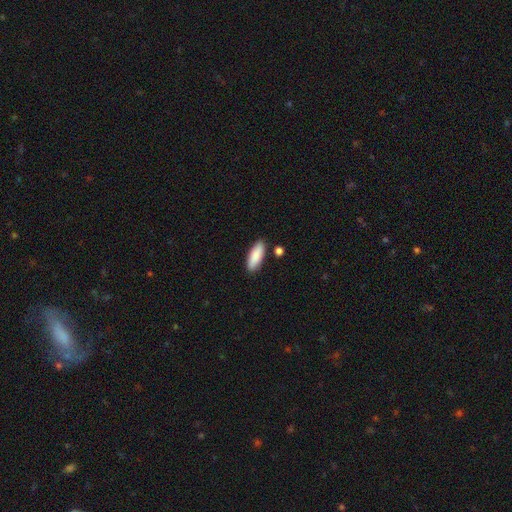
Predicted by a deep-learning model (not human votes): Morphology: type=smooth (89%); roundness=in between (70%); merging=none (84%).